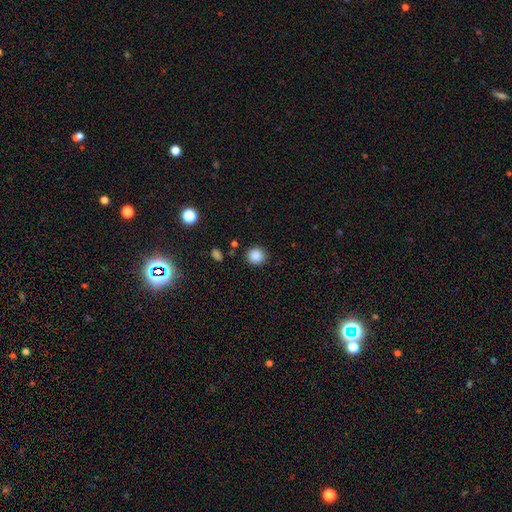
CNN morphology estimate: This appears to be a smooth galaxy with no disk features (87%) that is round (89%). Merging: none (87%).